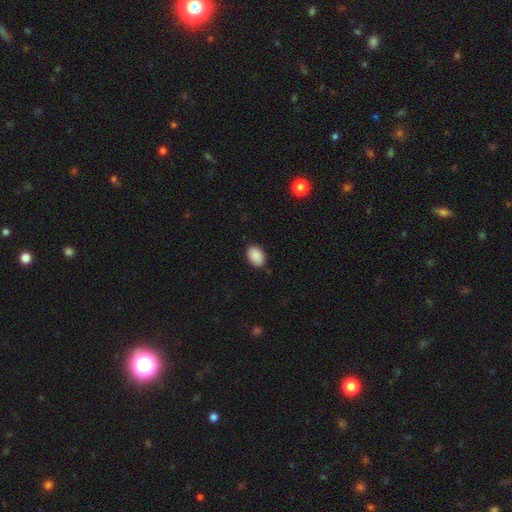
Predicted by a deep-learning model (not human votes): Q: Smooth or featured?
A: smooth (90%); runner-up: star or artifact (7%)
Q: How rounded?
A: in between (85%); runner-up: round (14%)
Q: Merging?
A: none (87%); runner-up: minor disturbance (10%)